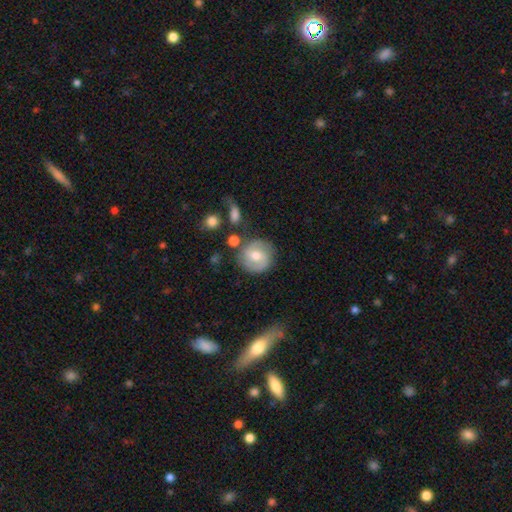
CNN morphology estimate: type=featured or disk (51%); edge-on=no (96%); merging=none (74%).